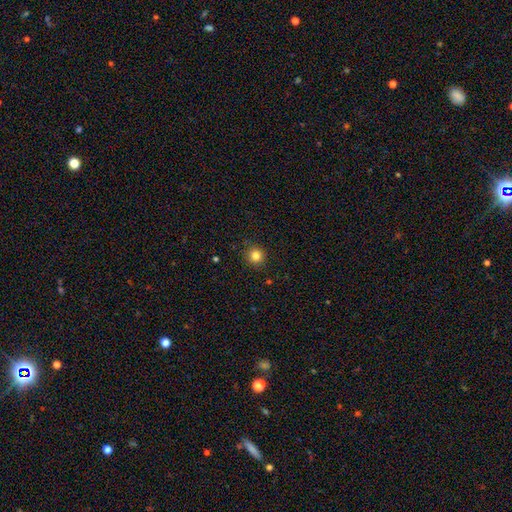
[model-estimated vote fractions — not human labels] smooth_or_featured: smooth (p=0.83) [alt: star or artifact p=0.12]
how_rounded: round (p=0.93) [alt: in between p=0.06]
merging: none (p=0.91) [alt: minor disturbance p=0.06]